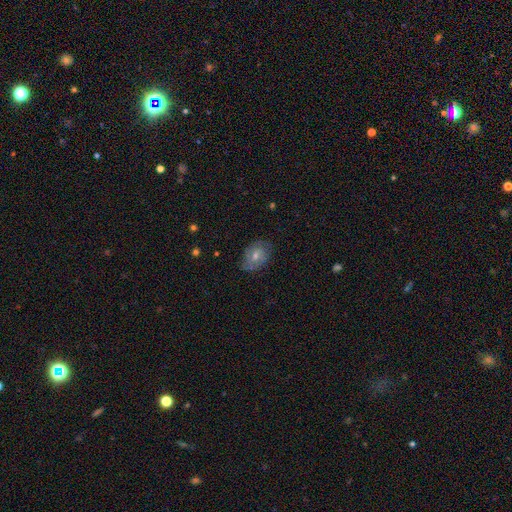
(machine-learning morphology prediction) Smooth or featured? Predicted: featured or disk (p=0.63). Edge-on disk? Predicted: no (p=0.96). Bar? Predicted: no (p=0.67). Spiral arms? Predicted: yes (p=0.85). Spiral winding? Predicted: tight (p=0.59). Spiral arm count? Predicted: 2 (p=0.44). Bulge size? Predicted: moderate (p=0.57). Merging? Predicted: none (p=0.79).